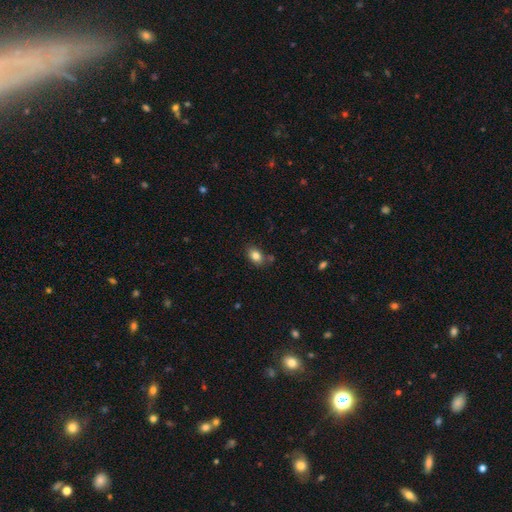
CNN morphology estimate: Q: Smooth or featured?
A: smooth (83%); runner-up: star or artifact (9%)
Q: How rounded?
A: in between (79%); runner-up: round (20%)
Q: Merging?
A: none (75%); runner-up: minor disturbance (15%)